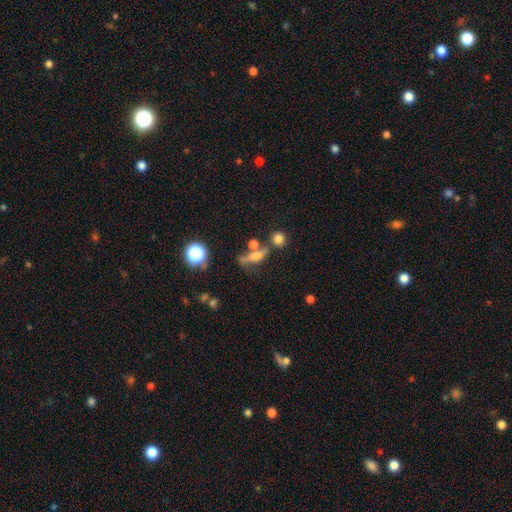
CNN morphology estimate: smooth 42%, featured or disk 41%, star or artifact 17%. Down the decision tree: merging — none (49%).